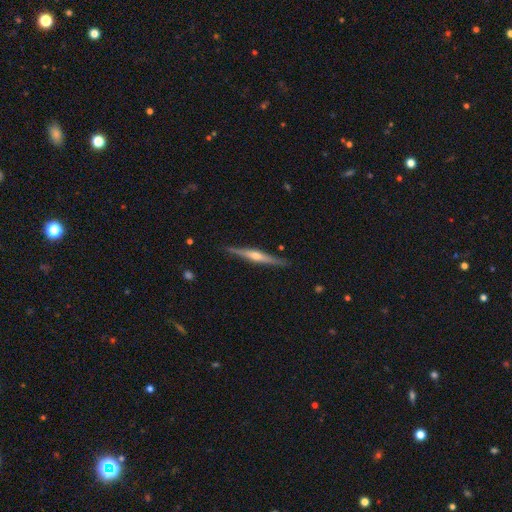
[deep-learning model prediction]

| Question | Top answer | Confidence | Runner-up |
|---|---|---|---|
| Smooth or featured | featured or disk | 75% | smooth (20%) |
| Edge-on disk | yes | 98% | no (2%) |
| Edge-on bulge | rounded | 87% | none (7%) |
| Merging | none | 89% | minor disturbance (9%) |